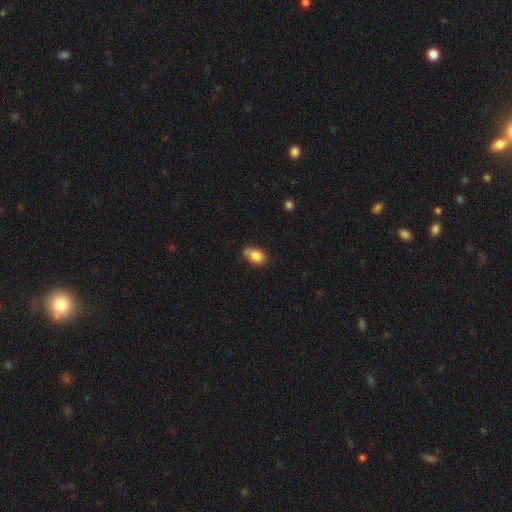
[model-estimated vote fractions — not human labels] Q: Smooth or featured?
A: smooth (83%); runner-up: featured or disk (9%)
Q: How rounded?
A: in between (77%); runner-up: round (21%)
Q: Merging?
A: none (57%); runner-up: minor disturbance (27%)